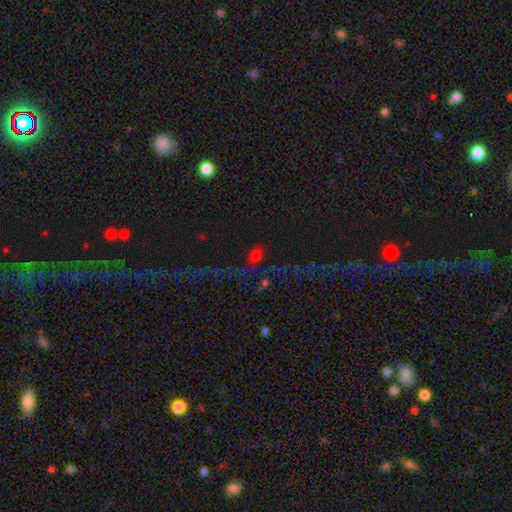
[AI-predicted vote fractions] Q: Smooth or featured?
A: star or artifact (47%); runner-up: smooth (42%)